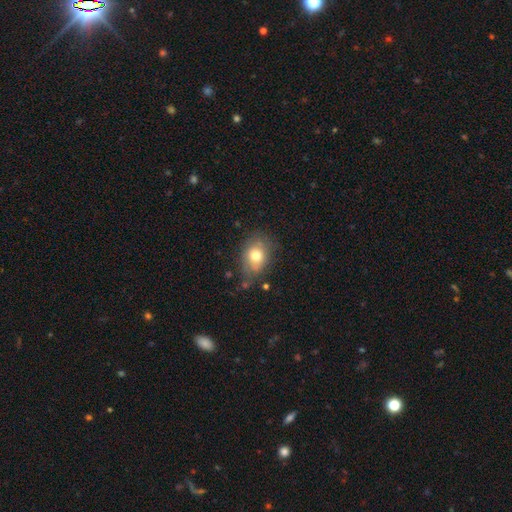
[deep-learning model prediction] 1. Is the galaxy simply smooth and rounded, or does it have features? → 73% smooth, 17% featured or disk, 10% star or artifact.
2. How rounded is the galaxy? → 66% in between, 33% round, 1% cigar-shaped.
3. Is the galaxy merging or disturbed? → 66% none, 23% minor disturbance, 7% major disturbance, 3% merger.